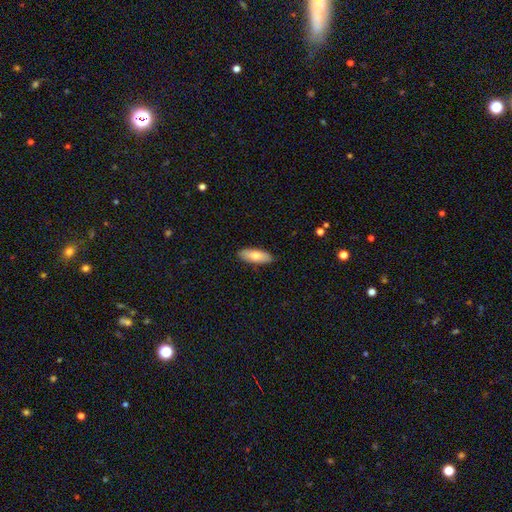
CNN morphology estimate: Q: Smooth or featured?
A: smooth (74%); runner-up: featured or disk (20%)
Q: How rounded?
A: in between (68%); runner-up: cigar-shaped (30%)
Q: Merging?
A: none (89%); runner-up: minor disturbance (8%)